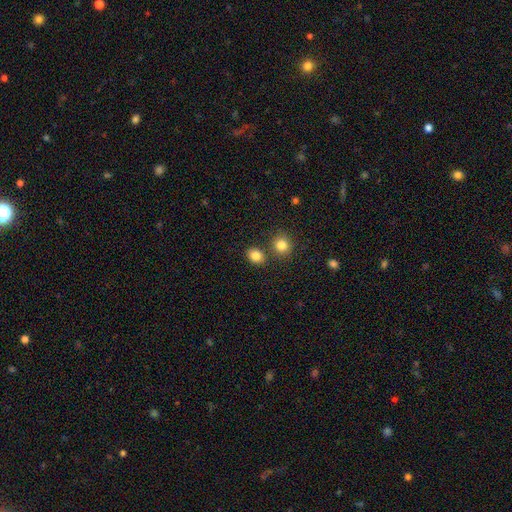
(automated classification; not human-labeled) Smooth or featured? Predicted: smooth (p=0.84). How rounded? Predicted: round (p=0.58). Merging? Predicted: none (p=0.76).